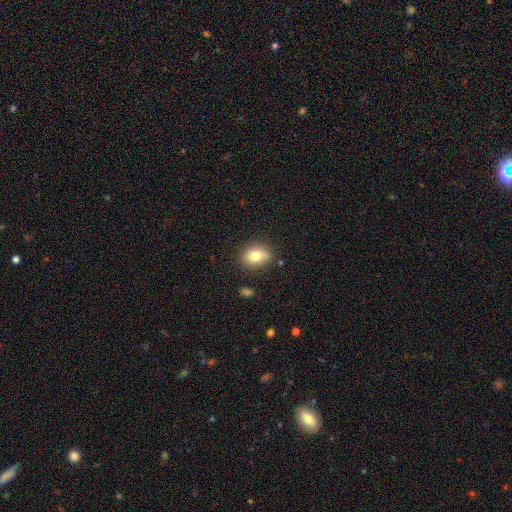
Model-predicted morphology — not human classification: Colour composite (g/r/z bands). It shows a smooth galaxy with no disk features (78%) that is in between round and cigar-shaped (58%). Merging: none (76%).